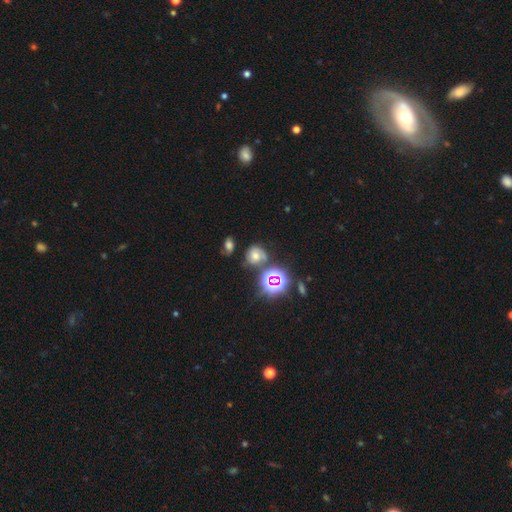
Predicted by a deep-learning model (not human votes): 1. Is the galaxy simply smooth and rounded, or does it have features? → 41% smooth, 32% star or artifact, 26% featured or disk.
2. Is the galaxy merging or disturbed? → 58% none, 19% minor disturbance, 13% merger, 9% major disturbance.